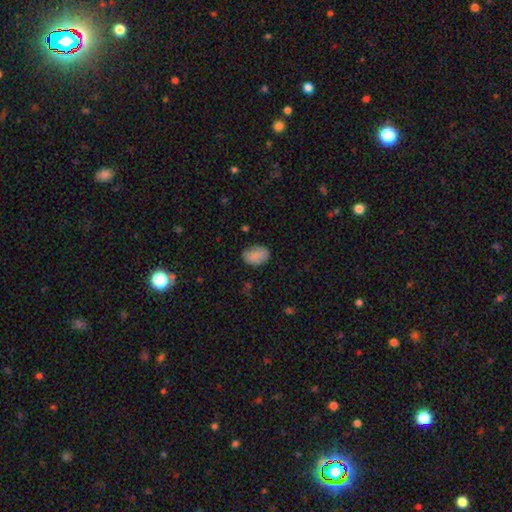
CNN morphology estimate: A smooth galaxy with no disk features (86%) that is in between round and cigar-shaped (82%). Merging: none (80%).